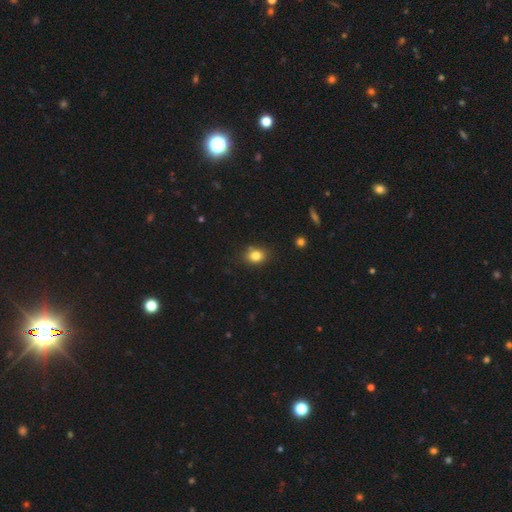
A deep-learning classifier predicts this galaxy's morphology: Overall: smooth (82%). How rounded: in between (50%; round 49%). Merging: none (82%).